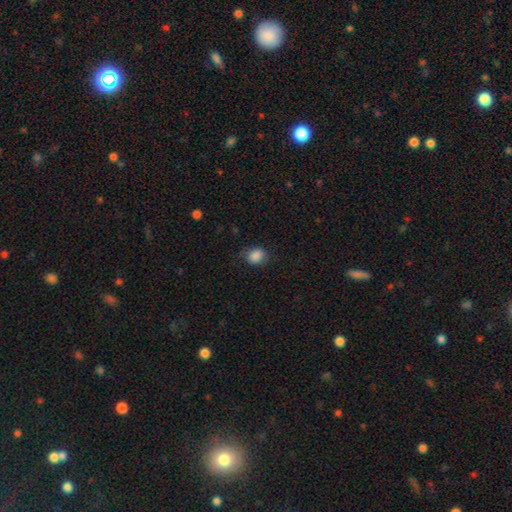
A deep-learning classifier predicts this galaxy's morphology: smooth 86%, star or artifact 9%, featured or disk 5%. Down the decision tree: how rounded — in between (57%); merging — none (71%).